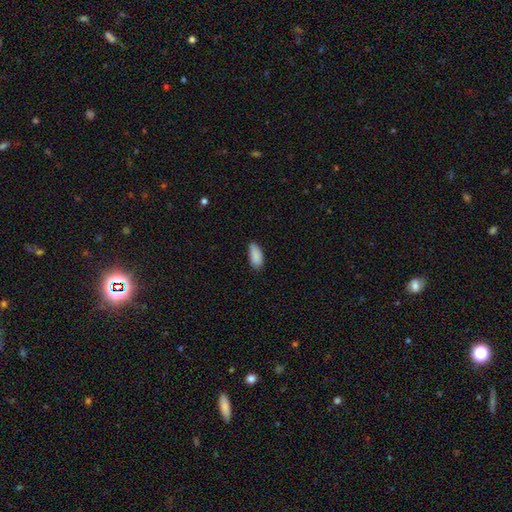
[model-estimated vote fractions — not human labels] Morphology: type=smooth (89%); roundness=in between (88%); merging=none (78%).